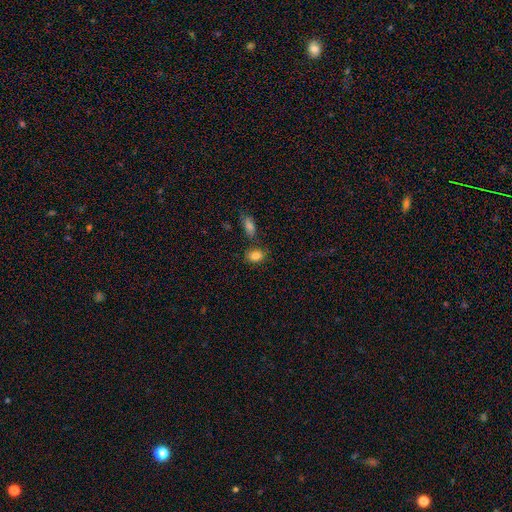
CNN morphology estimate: smooth_or_featured: smooth (p=0.83) [alt: star or artifact p=0.09]
how_rounded: in between (p=0.70) [alt: round p=0.28]
merging: none (p=0.73) [alt: minor disturbance p=0.15]